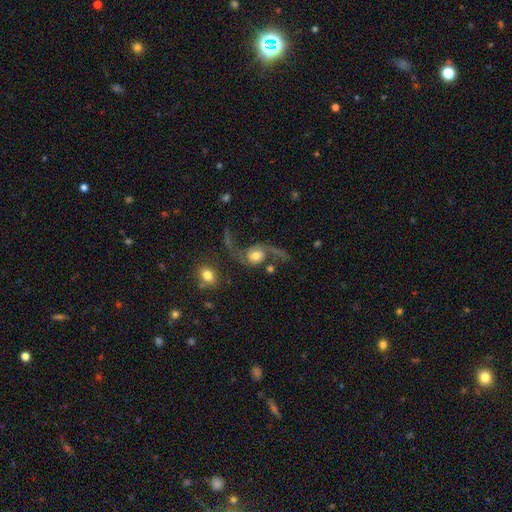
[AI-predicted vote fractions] This is likely a featured or disk galaxy (78%). It is clearly not viewed edge-on (97%). Bar: likely no (66%). Spiral arm pattern: clearly yes (93%). Spiral arm count: clearly 2 (89%). Spiral winding: clearly loose (85%). Central bulge: possibly moderate (57%). Merging: marginally none (44%).